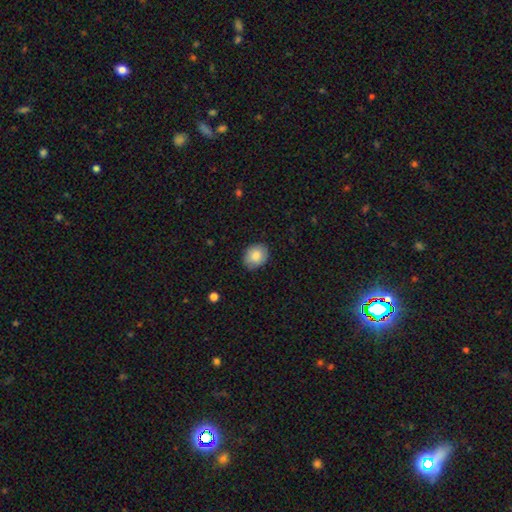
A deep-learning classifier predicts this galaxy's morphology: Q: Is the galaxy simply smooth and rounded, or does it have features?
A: smooth — 84%.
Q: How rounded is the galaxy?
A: round — 54%.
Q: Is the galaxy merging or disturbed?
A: none — 83%.